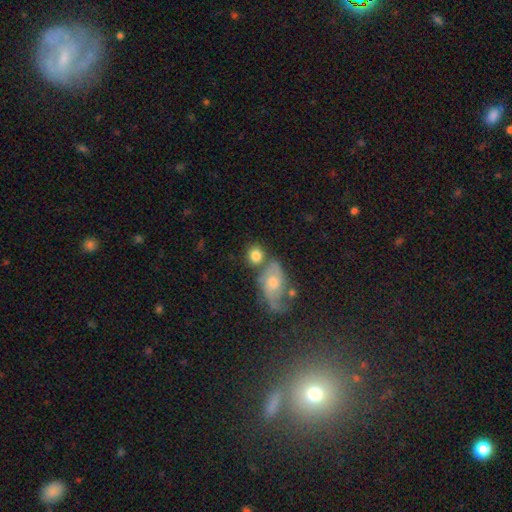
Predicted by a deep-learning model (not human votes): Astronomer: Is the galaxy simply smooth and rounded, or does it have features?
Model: smooth — 78%.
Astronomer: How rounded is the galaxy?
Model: round — 72%.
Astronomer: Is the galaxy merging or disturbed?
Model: none — 56%.